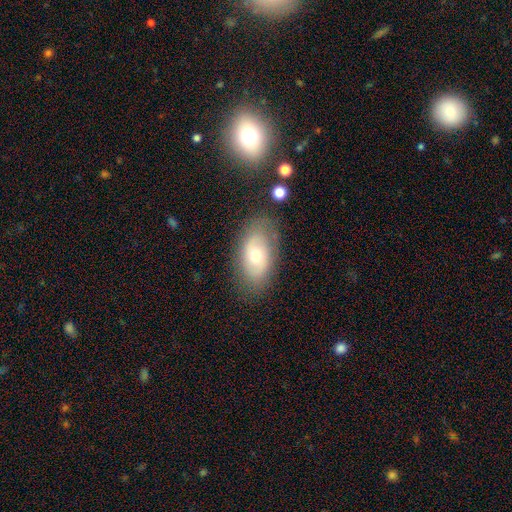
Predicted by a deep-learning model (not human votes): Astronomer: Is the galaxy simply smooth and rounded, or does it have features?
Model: smooth — 52% (runner-up: featured or disk, 40%).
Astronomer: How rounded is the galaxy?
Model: in between — 91%.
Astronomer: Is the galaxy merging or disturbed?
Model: none — 77%.